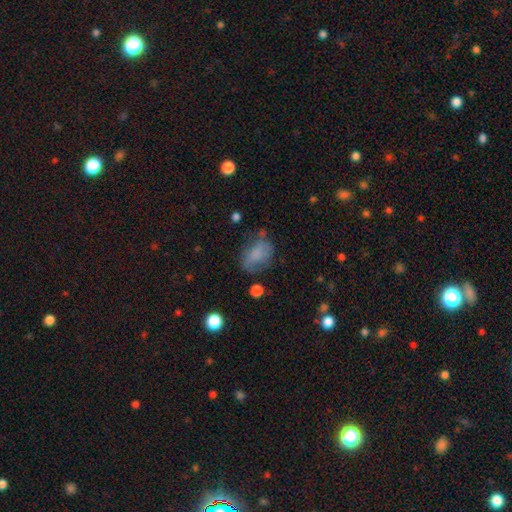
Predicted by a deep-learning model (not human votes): A smooth galaxy with no disk features (64%) that is in between round and cigar-shaped (81%). Merging: none (43%).